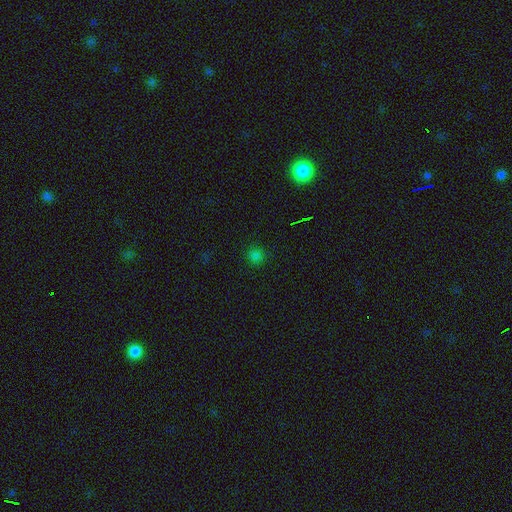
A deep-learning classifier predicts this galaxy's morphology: smooth_or_featured: smooth (p=0.76) [alt: star or artifact p=0.20]
how_rounded: round (p=0.93) [alt: in between p=0.06]
merging: none (p=0.89) [alt: minor disturbance p=0.07]